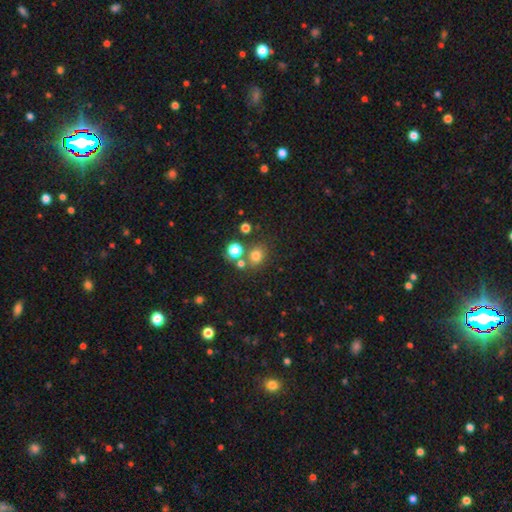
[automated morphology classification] This appears to be a smooth galaxy with no disk features (73%) that is round (72%). Merging: none (68%).